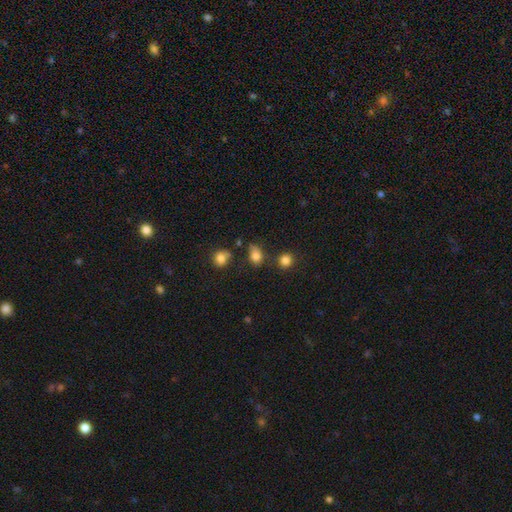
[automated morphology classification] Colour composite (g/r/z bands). It shows a smooth galaxy with no disk features (80%) that is in between round and cigar-shaped (58%). Merging: none (58%).